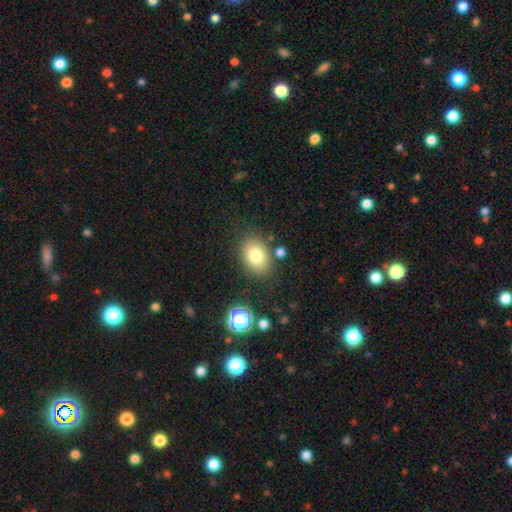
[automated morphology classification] Overall: smooth (79%). How rounded: in between (69%; round 30%). Merging: none (80%).